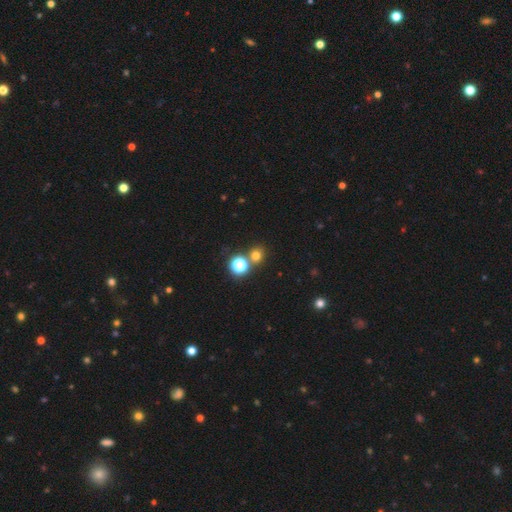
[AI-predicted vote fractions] Overall: smooth (69%). How rounded: round (85%). Merging: none (72%).